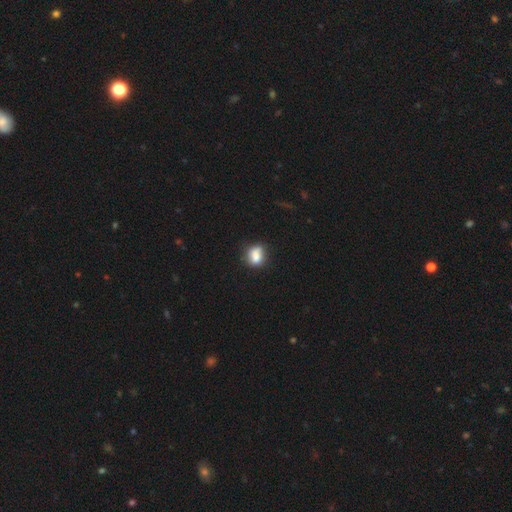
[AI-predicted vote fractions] Overall: smooth (78%). How rounded: in between (52%; round 46%). Merging: none (54%; minor disturbance 28%).